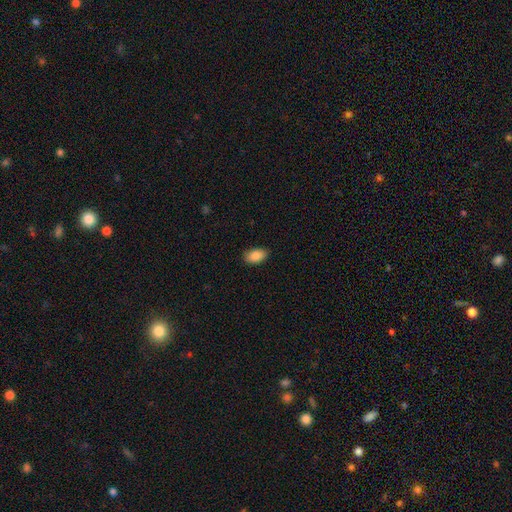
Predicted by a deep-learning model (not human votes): Q: Smooth or featured?
A: smooth (87%); runner-up: star or artifact (7%)
Q: How rounded?
A: in between (92%); runner-up: round (6%)
Q: Merging?
A: none (87%); runner-up: minor disturbance (10%)